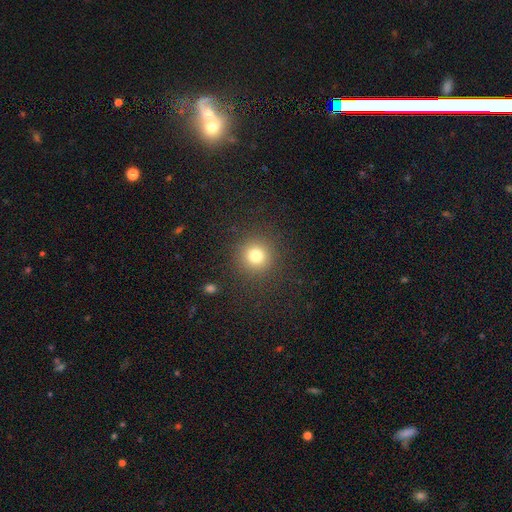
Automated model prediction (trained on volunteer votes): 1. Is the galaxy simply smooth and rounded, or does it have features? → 78% smooth, 15% star or artifact, 8% featured or disk.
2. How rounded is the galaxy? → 94% round, 5% in between, 1% cigar-shaped.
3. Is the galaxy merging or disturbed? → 90% none, 6% minor disturbance, 3% major disturbance, 1% merger.